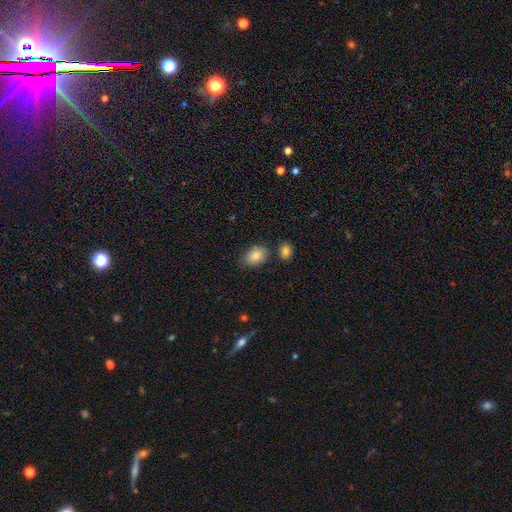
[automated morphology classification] Smooth or featured: smooth — 86% (star or artifact — 8%)
How rounded: in between — 74% (round — 25%)
Merging: none — 71% (minor disturbance — 17%)